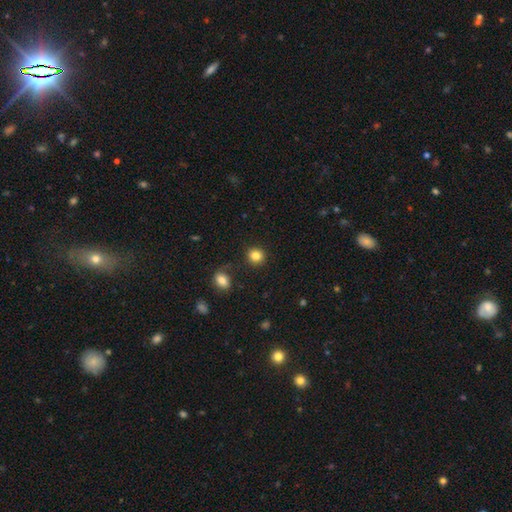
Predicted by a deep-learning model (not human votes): Q: Smooth or featured?
A: smooth (84%); runner-up: star or artifact (11%)
Q: How rounded?
A: round (86%); runner-up: in between (13%)
Q: Merging?
A: none (88%); runner-up: minor disturbance (7%)